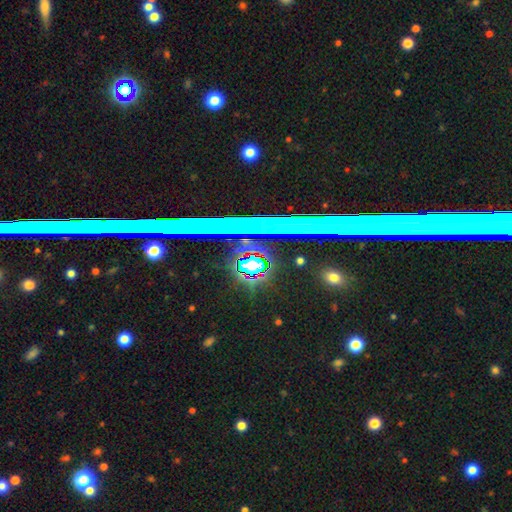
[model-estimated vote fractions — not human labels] A star or artifact, not a galaxy (64%).

Vote fractions:
- Smooth or featured? star or artifact: 64% / featured or disk: 21% / smooth: 15%